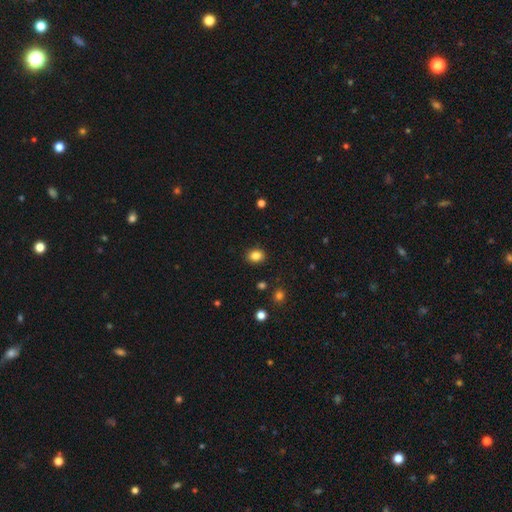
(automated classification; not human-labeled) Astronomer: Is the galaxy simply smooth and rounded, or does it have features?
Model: smooth — 84%.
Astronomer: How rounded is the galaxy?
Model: round — 50% (runner-up: in between, 49%).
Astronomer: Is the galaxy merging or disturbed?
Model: none — 89%.